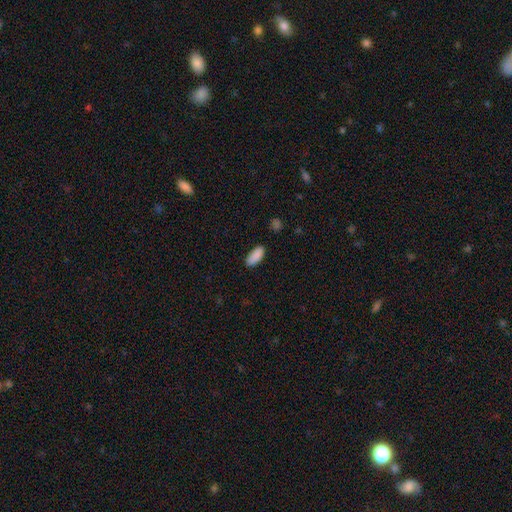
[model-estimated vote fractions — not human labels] A smooth galaxy with no disk features (90%) that is in between round and cigar-shaped (86%). Merging: none (86%).